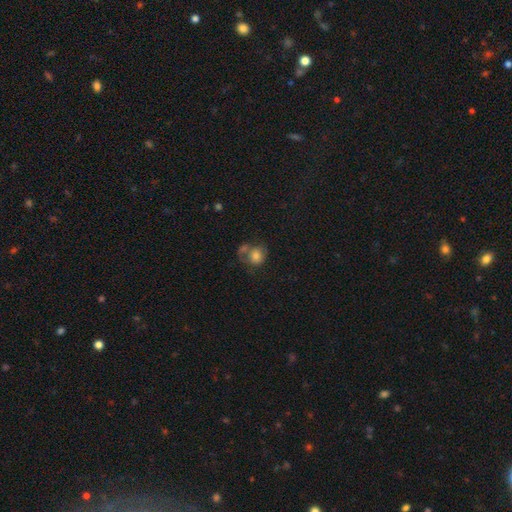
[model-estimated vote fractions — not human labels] Smooth or featured?
  - smooth: 72% *
  - featured or disk: 19%
  - star or artifact: 10%
How rounded?
  - round: 67% *
  - in between: 32%
  - cigar-shaped: 1%
Merging?
  - merger: 34% *
  - none: 32%
  - minor disturbance: 18%
  - major disturbance: 17%